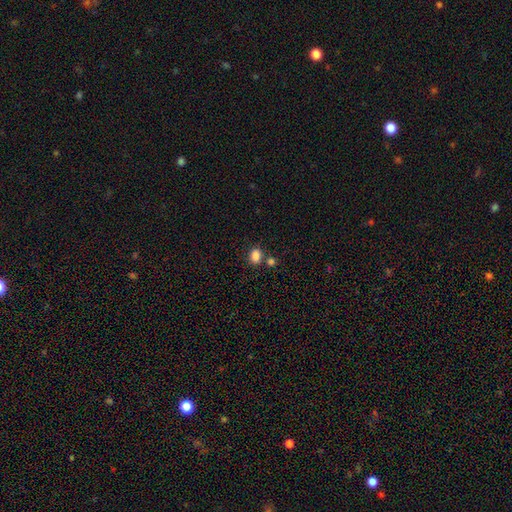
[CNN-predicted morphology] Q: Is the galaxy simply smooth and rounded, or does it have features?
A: smooth — 84%.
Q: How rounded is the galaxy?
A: in between — 61%.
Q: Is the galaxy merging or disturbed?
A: none — 68%.